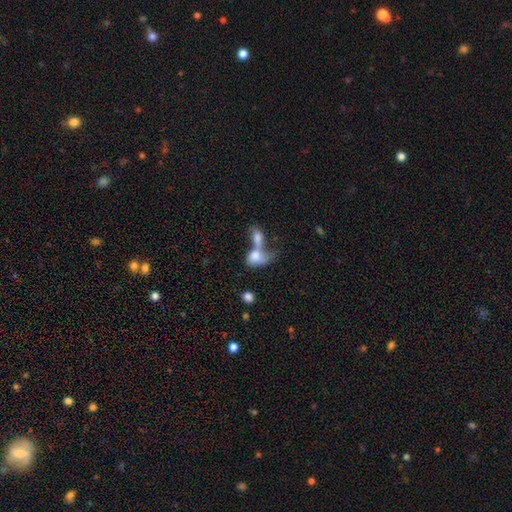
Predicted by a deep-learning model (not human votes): Overall: smooth (71%). How rounded: in between (81%). Merging: merger (77%).